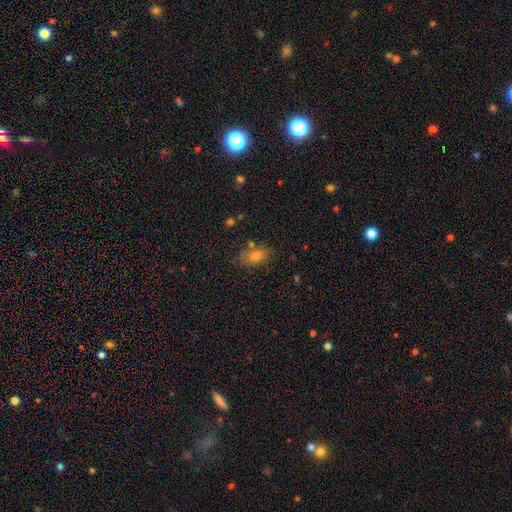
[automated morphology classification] smooth_or_featured: smooth (p=0.71) [alt: star or artifact p=0.15]
how_rounded: in between (p=0.78) [alt: round p=0.19]
merging: none (p=0.73) [alt: minor disturbance p=0.16]